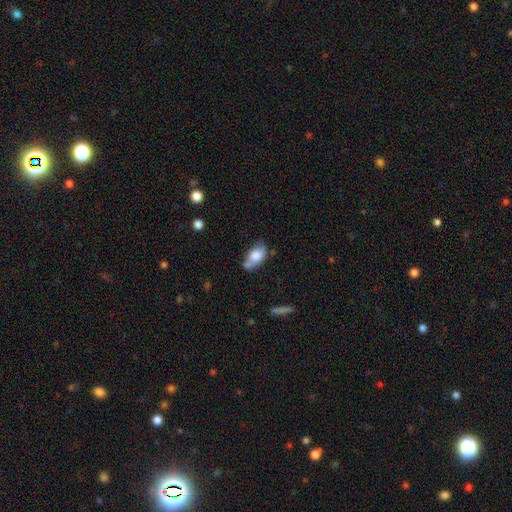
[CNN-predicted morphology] Smooth or featured? smooth (76%)
How rounded? in between (89%)
Merging? none (44%)